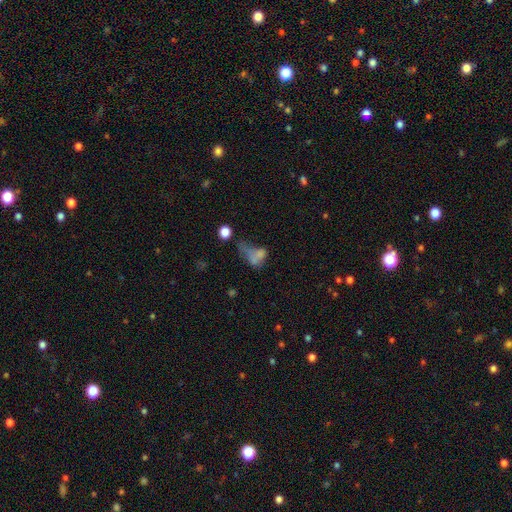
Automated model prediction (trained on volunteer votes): Smooth or featured? smooth (59%)
How rounded? in between (78%)
Merging? major disturbance (41%)